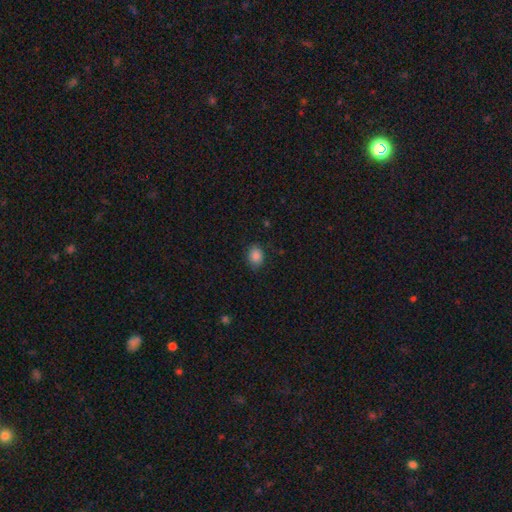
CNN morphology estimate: Smooth or featured? smooth (86%)
How rounded? in between (56%)
Merging? none (82%)